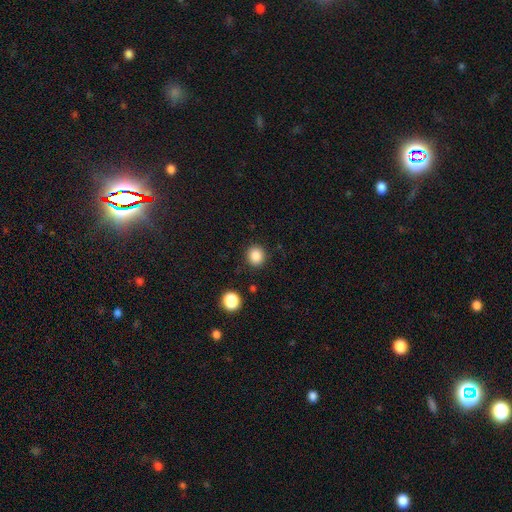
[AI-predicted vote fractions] The model was most divided on "how rounded": round: 87%, in between: 12%, cigar-shaped: 1%. More confident: merging — none (89%); smooth or featured — smooth (86%).